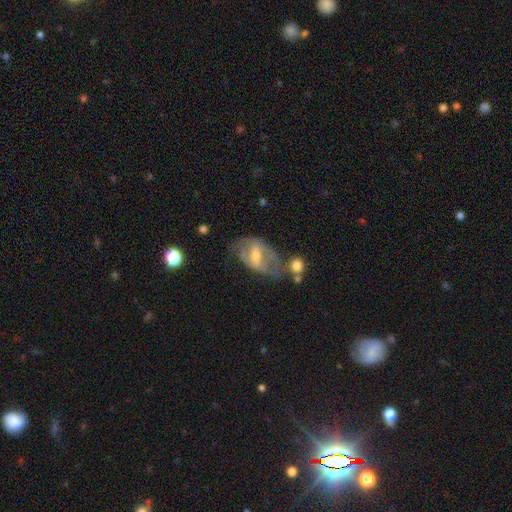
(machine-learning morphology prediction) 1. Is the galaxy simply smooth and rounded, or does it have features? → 68% featured or disk, 24% smooth, 9% star or artifact.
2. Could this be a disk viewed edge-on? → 92% no, 8% yes.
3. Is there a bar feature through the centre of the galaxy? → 45% weak, 34% strong, 21% no.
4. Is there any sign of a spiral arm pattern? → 62% yes, 38% no.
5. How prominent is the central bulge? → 54% moderate, 38% small, 4% large, 3% none, 1% dominant.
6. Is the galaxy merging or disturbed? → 40% none, 24% minor disturbance, 19% major disturbance, 17% merger.